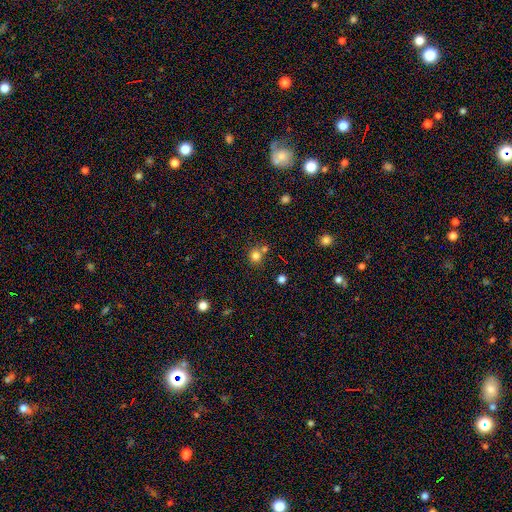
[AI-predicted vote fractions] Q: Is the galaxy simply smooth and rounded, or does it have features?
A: smooth — 80%.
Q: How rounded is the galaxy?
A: round — 86%.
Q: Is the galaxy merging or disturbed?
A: none — 63%.